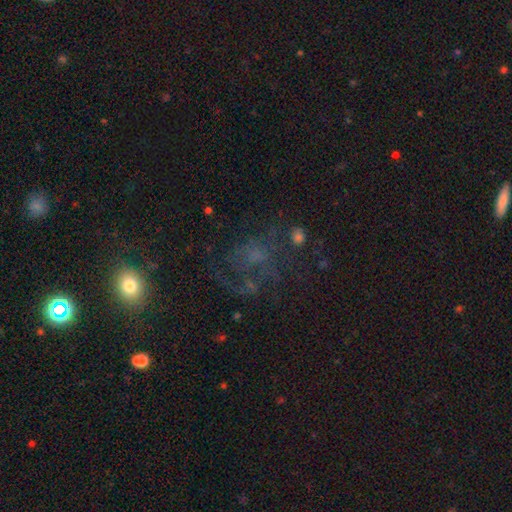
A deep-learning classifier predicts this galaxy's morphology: Overall: featured or disk (45%; smooth 28%). Merging: none (47%; major disturbance 31%).